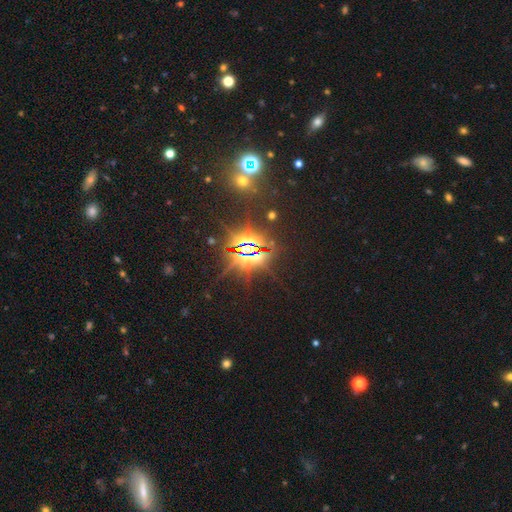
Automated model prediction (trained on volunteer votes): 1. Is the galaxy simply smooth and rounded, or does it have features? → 82% star or artifact, 9% featured or disk, 9% smooth.